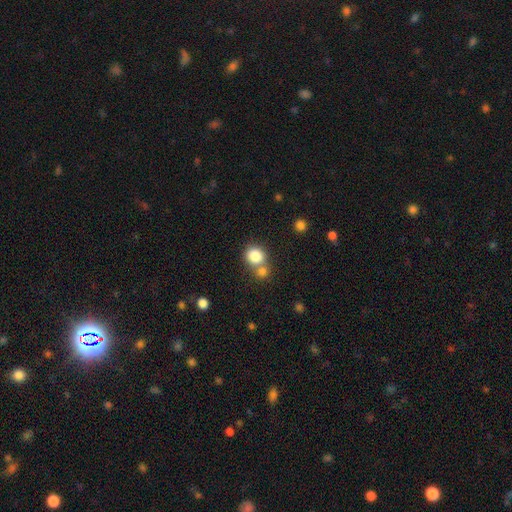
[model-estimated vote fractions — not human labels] This is clearly a smooth galaxy (83%). How rounded: likely round (79%). Merging: possibly none (51%).